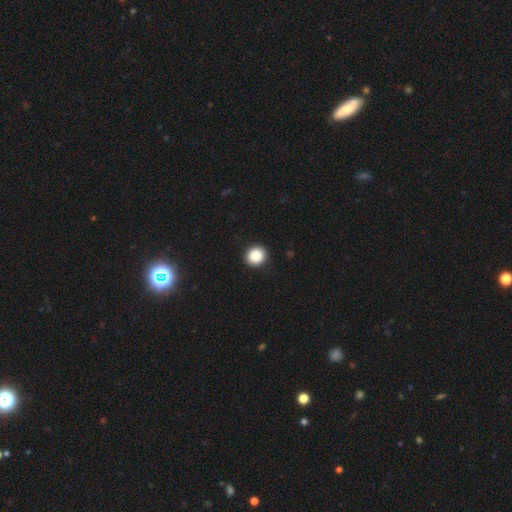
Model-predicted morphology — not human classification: A smooth galaxy with no disk features (87%) that is round (84%).

Vote fractions:
- Smooth or featured? smooth: 87% / star or artifact: 9% / featured or disk: 4%
- How rounded? round: 84% / in between: 15% / cigar-shaped: 1%
- Merging? none: 91% / minor disturbance: 6% / major disturbance: 2% / merger: 1%